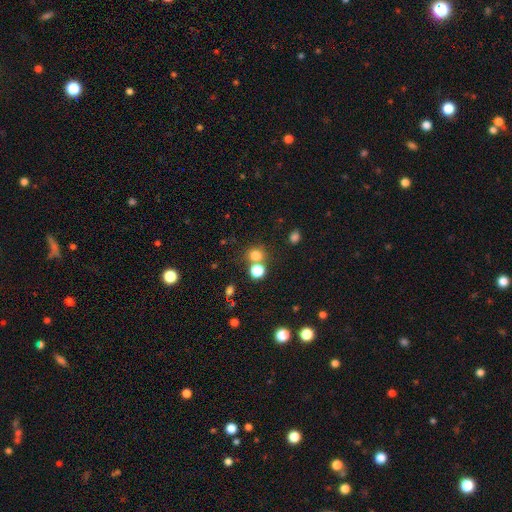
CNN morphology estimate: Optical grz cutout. It shows a smooth galaxy with no disk features (74%) that is round (84%). Merging: none (60%).